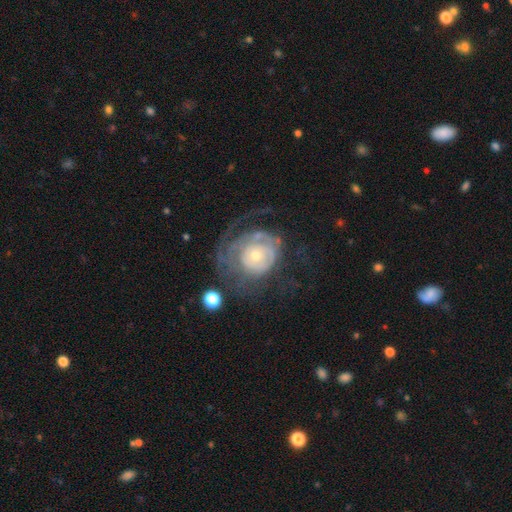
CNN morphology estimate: featured or disk 75%, smooth 18%, star or artifact 7%. Down the decision tree: edge-on disk — no (97%); bar — no (84%); spiral arms — yes (76%); spiral arm count — can't tell (47%); spiral winding — tight (62%); bulge size — small (59%); merging — none (41%).